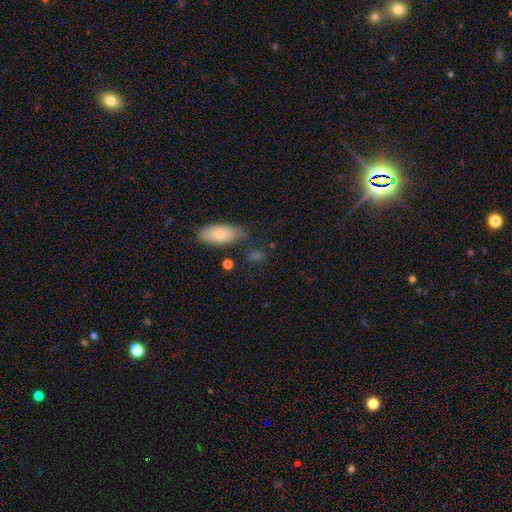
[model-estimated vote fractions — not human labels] Smooth or featured? Predicted: smooth (p=0.56). How rounded? Predicted: in between (p=0.70). Merging? Predicted: none (p=0.66).